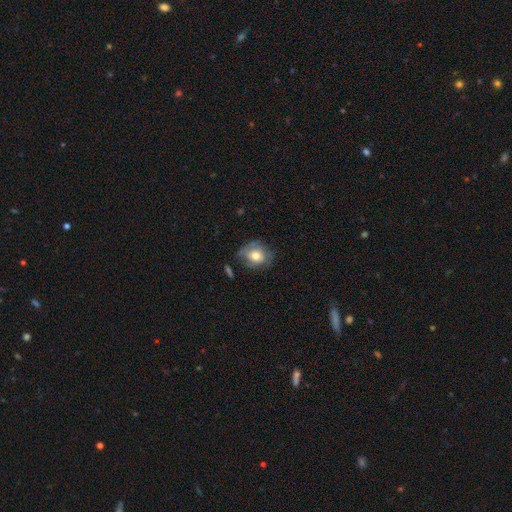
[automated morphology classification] type=smooth (66%); roundness=round (64%); merging=none (54%).